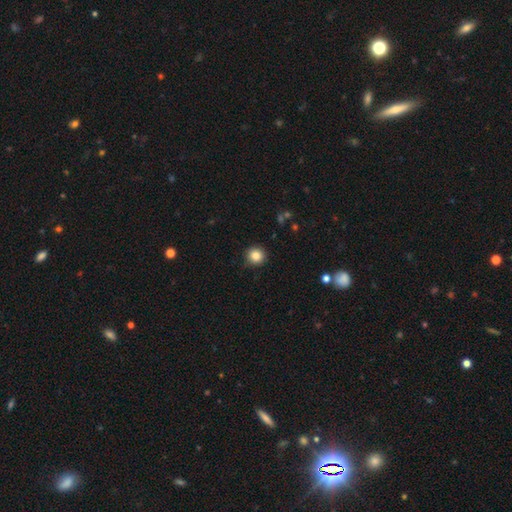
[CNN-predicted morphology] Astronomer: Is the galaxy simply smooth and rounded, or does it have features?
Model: smooth — 86%.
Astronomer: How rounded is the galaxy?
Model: round — 93%.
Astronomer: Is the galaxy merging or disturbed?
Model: none — 89%.